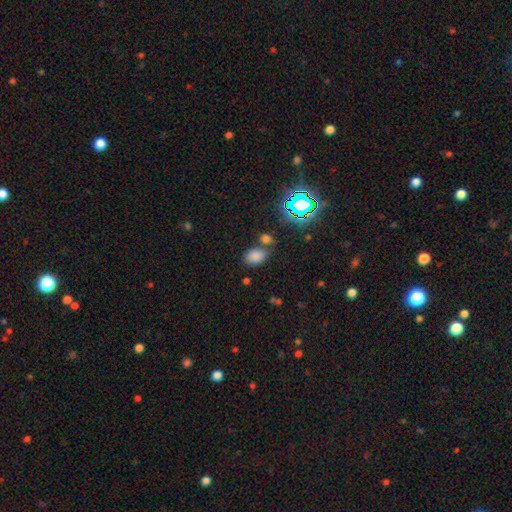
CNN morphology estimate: Smooth or featured: smooth — 77% (star or artifact — 17%)
How rounded: in between — 80% (round — 19%)
Merging: none — 67% (merger — 16%)